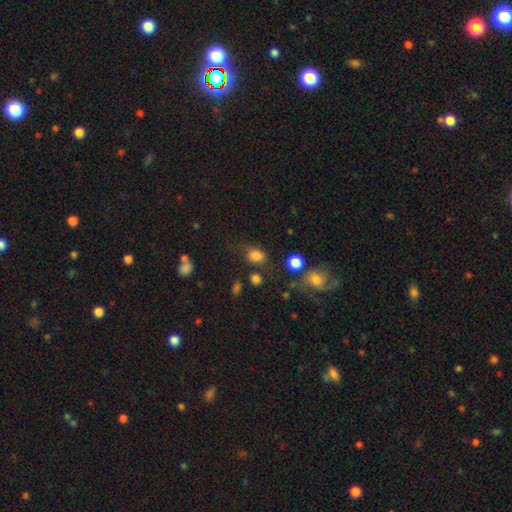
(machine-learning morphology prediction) type=smooth (82%); roundness=in between (54%); merging=none (61%).